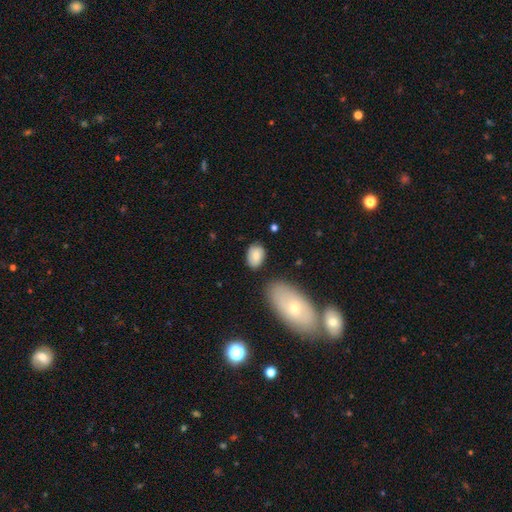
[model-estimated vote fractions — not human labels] The model was most divided on "merging": none: 73%, minor disturbance: 17%, merger: 5%, major disturbance: 5%. More confident: how rounded — in between (85%); smooth or featured — smooth (79%).